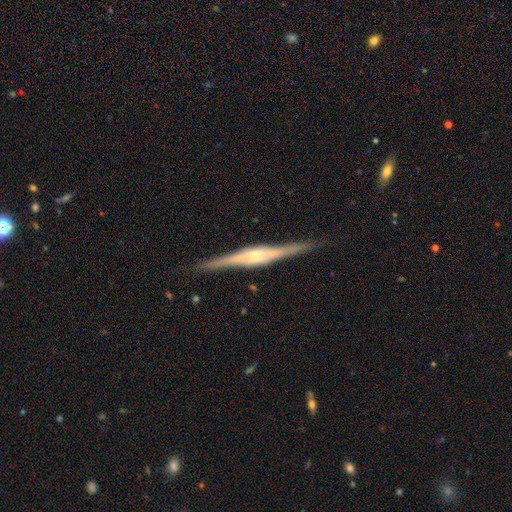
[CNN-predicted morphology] This is clearly a featured or disk galaxy (85%). It is clearly viewed edge-on (98%). Edge-on bulge: possibly rounded (56%). Merging: clearly none (88%).